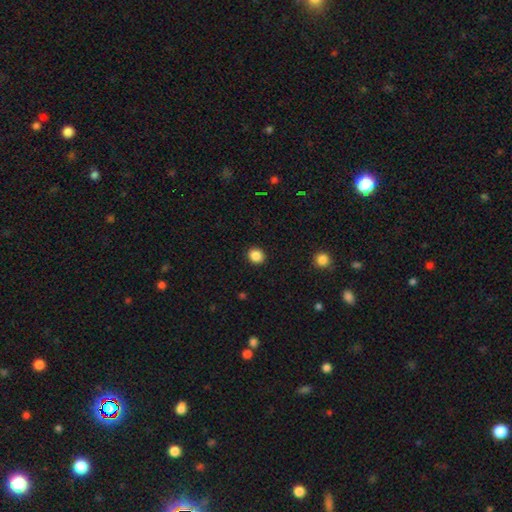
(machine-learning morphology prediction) smooth-or-featured: smooth: 87% | star or artifact: 10% | featured or disk: 3%
  how-rounded: round: 77% | in between: 22% | cigar-shaped: 1%
  merging: none: 92% | minor disturbance: 5% | major disturbance: 2% | merger: 1%